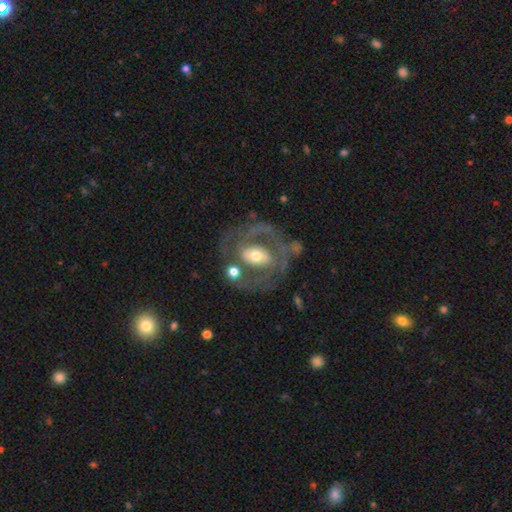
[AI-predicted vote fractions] smooth-or-featured: featured or disk: 78% | smooth: 16% | star or artifact: 6%
  disk-edge-on: no: 96% | yes: 4%
    bar: no: 43% | weak: 34% | strong: 24%
    has-spiral-arms: yes: 74% | no: 26%
      spiral-winding: medium: 43% | tight: 39% | loose: 17%
      spiral-arm-count: 2: 66% | can't tell: 17% | 3: 7% | 1: 6% | 4: 2% | more than 4: 2%
    bulge-size: moderate: 65% | small: 20% | large: 12% | dominant: 1% | none: 1%
  merging: none: 59% | minor disturbance: 17% | major disturbance: 15% | merger: 8%